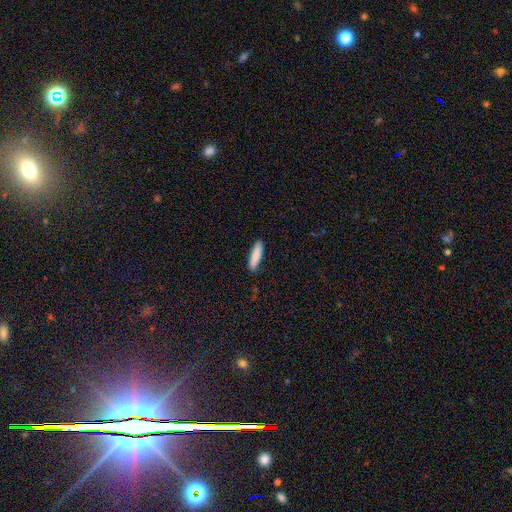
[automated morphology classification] type=smooth (86%); roundness=cigar-shaped (77%); merging=none (89%).